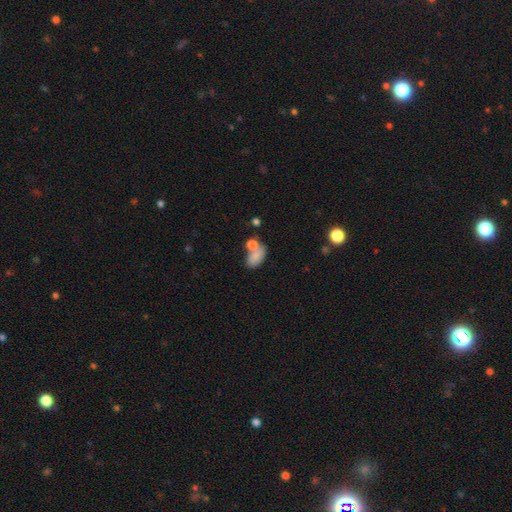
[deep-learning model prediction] Smooth or featured? Predicted: smooth (p=0.77). How rounded? Predicted: in between (p=0.87). Merging? Predicted: none (p=0.39).